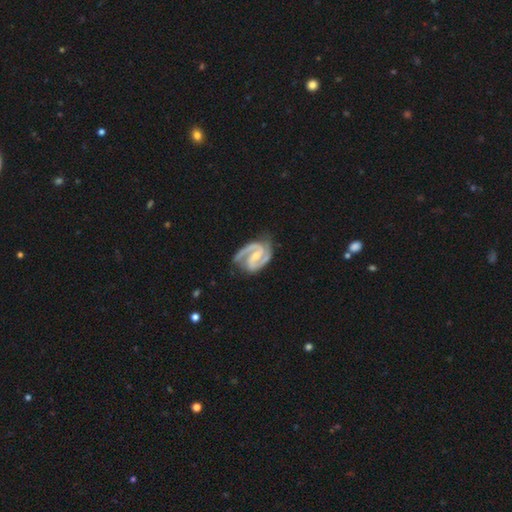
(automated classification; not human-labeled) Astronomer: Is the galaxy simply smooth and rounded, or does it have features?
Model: featured or disk — 94%.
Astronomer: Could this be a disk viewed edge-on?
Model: no — 98%.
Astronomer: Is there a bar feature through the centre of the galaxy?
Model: weak — 43% (runner-up: strong, 36%).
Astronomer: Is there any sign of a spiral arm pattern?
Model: yes — 99%.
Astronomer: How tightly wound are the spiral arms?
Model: medium — 55% (runner-up: tight, 38%).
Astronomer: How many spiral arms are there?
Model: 2 — 92%.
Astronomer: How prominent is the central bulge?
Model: small — 59%.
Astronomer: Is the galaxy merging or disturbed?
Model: none — 75%.